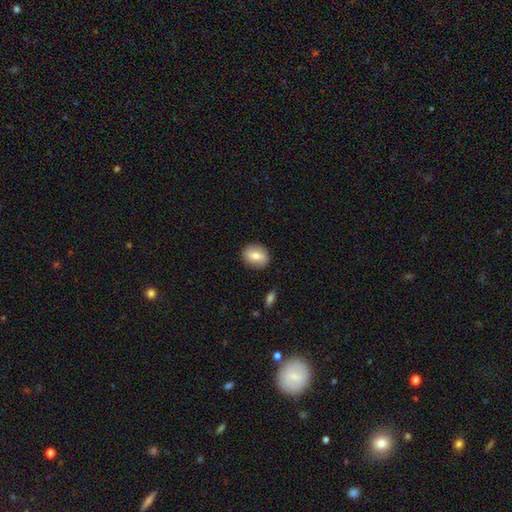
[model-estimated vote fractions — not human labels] Overall: smooth (72%). How rounded: round (58%; in between 41%). Merging: none (87%).